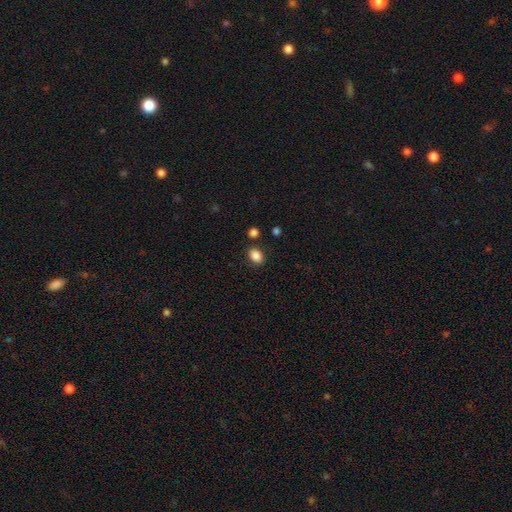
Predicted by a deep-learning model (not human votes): smooth-or-featured: smooth: 86% | star or artifact: 9% | featured or disk: 4%
  how-rounded: in between: 68% | round: 31% | cigar-shaped: 1%
  merging: none: 83% | minor disturbance: 10% | merger: 4% | major disturbance: 3%